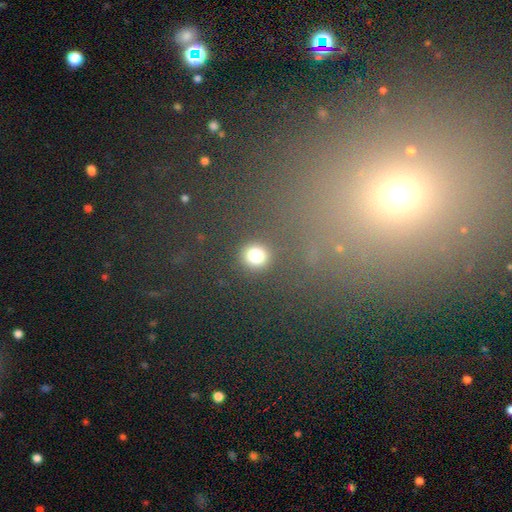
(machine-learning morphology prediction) type=smooth (78%); roundness=round (86%); merging=none (85%).